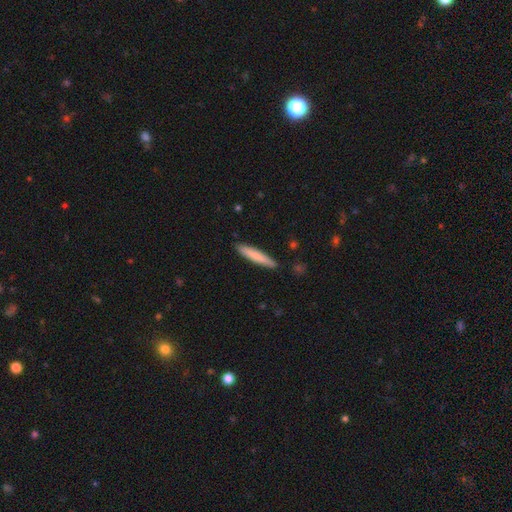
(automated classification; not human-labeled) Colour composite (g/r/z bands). It shows a smooth galaxy with no disk features (77%) that is cigar-shaped (92%). Merging: none (89%).